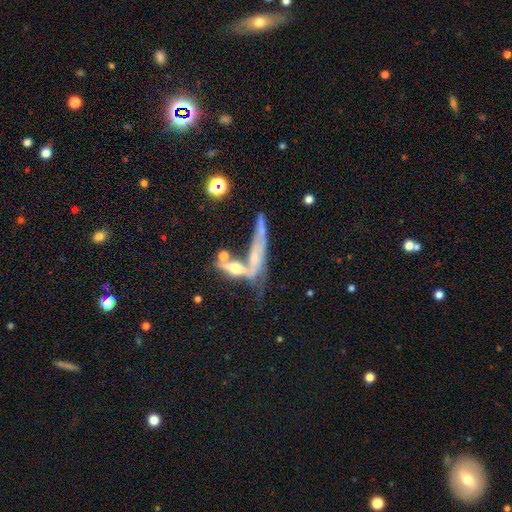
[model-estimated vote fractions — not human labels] Q: Smooth or featured?
A: featured or disk (57%); runner-up: smooth (33%)
Q: Edge-on disk?
A: yes (58%); runner-up: no (42%)
Q: Merging?
A: merger (50%); runner-up: none (21%)